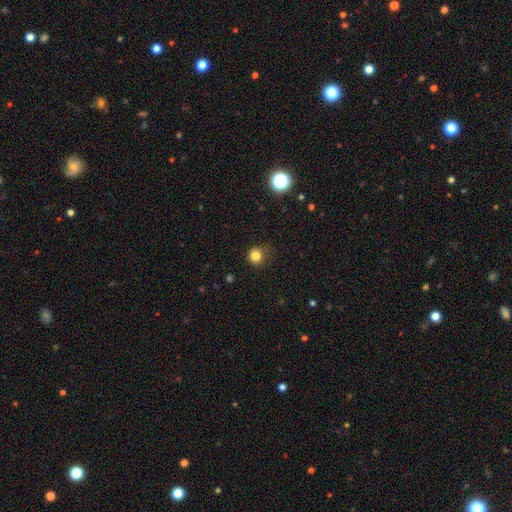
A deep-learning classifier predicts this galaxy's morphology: Smooth or featured? smooth (82%)
How rounded? round (92%)
Merging? none (82%)